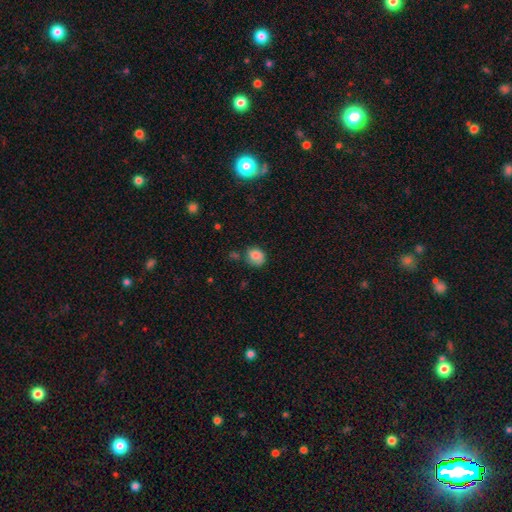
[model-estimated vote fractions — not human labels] Smooth or featured? smooth (78%)
How rounded? round (62%)
Merging? none (60%)